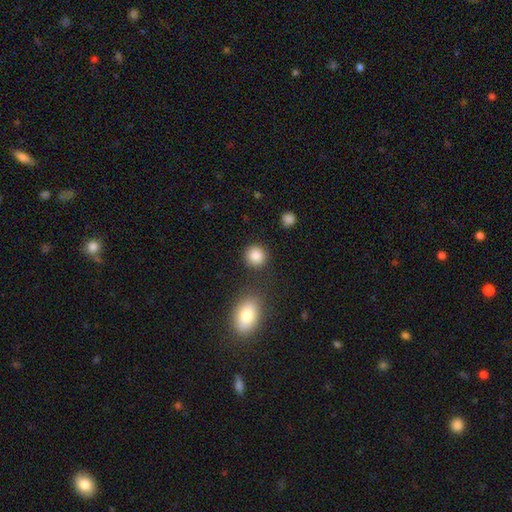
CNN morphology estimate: smooth_or_featured: smooth (p=0.87) [alt: star or artifact p=0.09]
how_rounded: round (p=0.90) [alt: in between p=0.09]
merging: none (p=0.85) [alt: minor disturbance p=0.07]